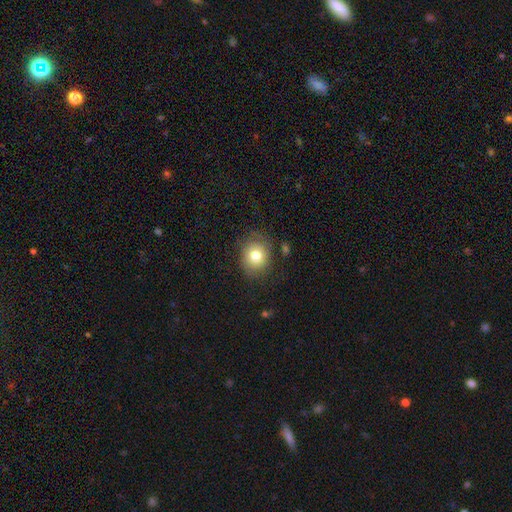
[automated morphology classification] Overall: smooth (78%). How rounded: round (71%). Merging: none (77%).